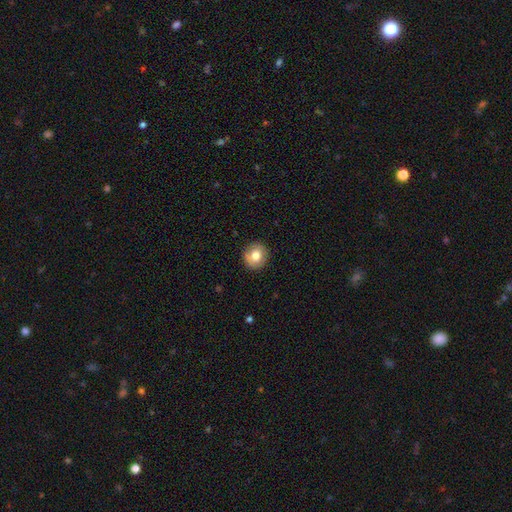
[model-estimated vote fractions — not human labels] This appears to be a smooth galaxy with no disk features (77%) that is round (86%). Merging: none (86%).